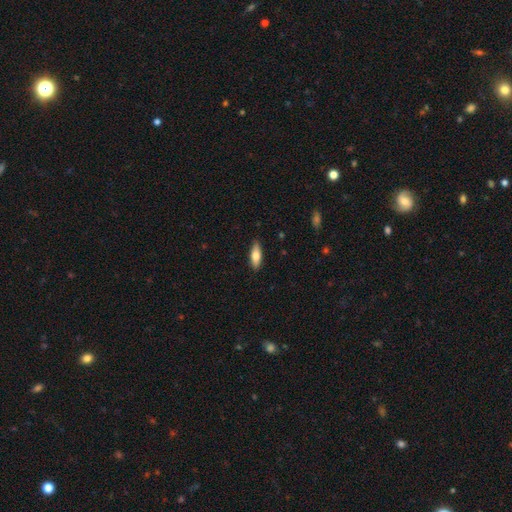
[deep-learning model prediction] This appears to be a smooth galaxy with no disk features (71%) that is in between round and cigar-shaped (63%). Merging: none (87%).